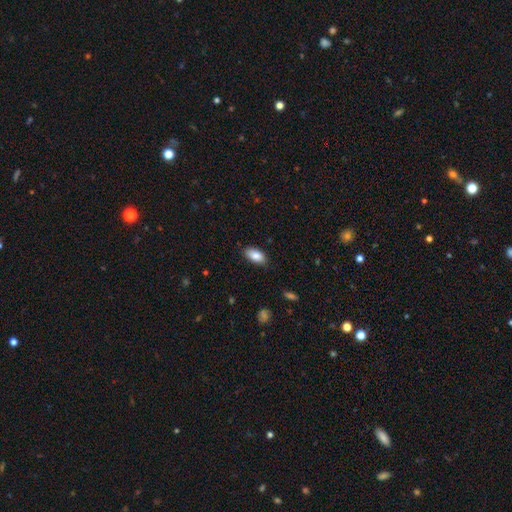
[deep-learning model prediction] Q: Smooth or featured?
A: smooth (85%); runner-up: featured or disk (8%)
Q: How rounded?
A: in between (91%); runner-up: cigar-shaped (6%)
Q: Merging?
A: none (85%); runner-up: minor disturbance (12%)